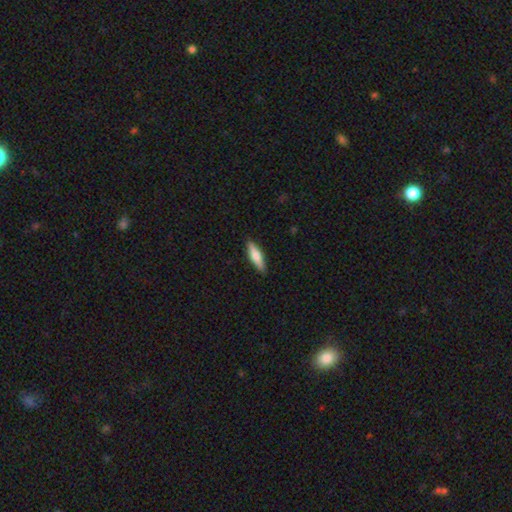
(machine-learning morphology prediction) smooth 66%, featured or disk 28%, star or artifact 6%. Down the decision tree: how rounded — cigar-shaped (65%); merging — none (89%).